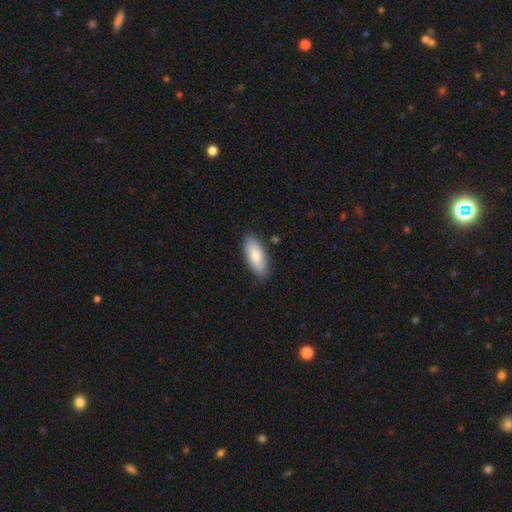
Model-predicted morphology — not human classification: This is likely a smooth galaxy (77%). How rounded: clearly in between (82%). Merging: clearly none (84%).